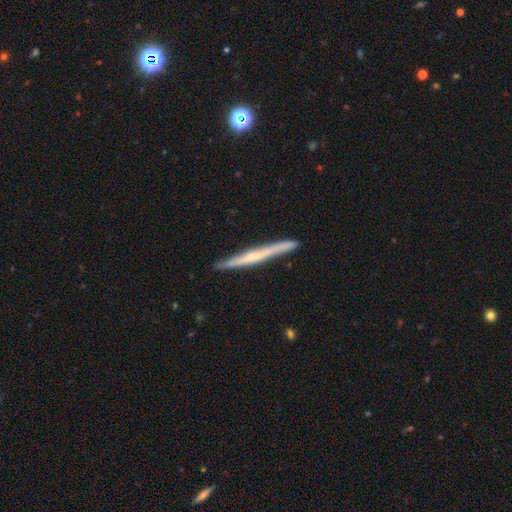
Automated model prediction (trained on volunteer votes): Morphology: type=featured or disk (60%); edge-on=yes (97%); edge-on bulge=none (60%); merging=none (88%).